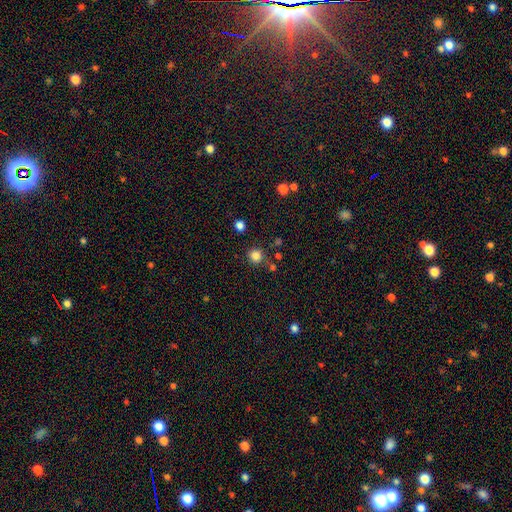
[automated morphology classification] Smooth or featured? smooth (83%)
How rounded? round (91%)
Merging? none (80%)